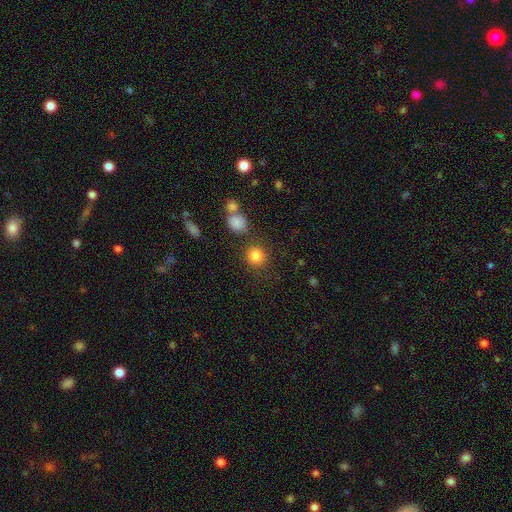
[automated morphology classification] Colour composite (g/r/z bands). It shows a smooth galaxy with no disk features (83%) that is round (90%). Merging: none (82%).